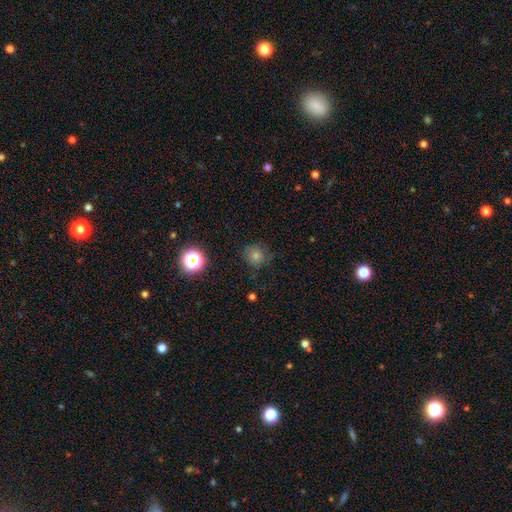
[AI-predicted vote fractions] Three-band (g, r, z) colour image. It shows a smooth galaxy with no disk features (70%) that is round (90%). Merging: none (78%).